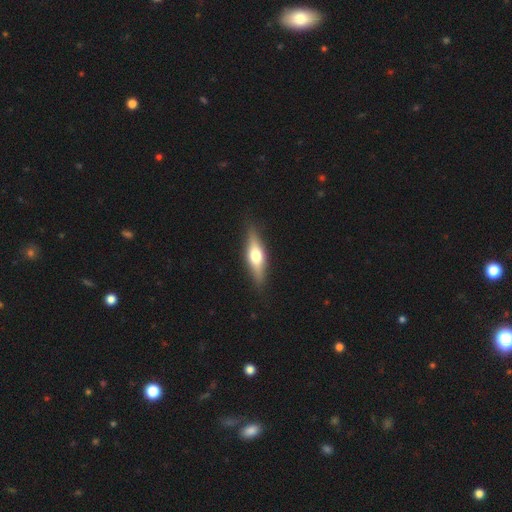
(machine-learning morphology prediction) Smooth or featured? featured or disk (54%)
Edge-on disk? yes (92%)
Merging? none (88%)